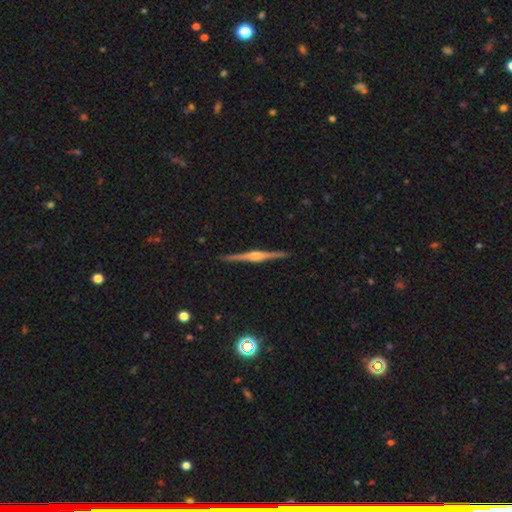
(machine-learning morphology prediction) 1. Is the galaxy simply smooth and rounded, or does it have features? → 86% featured or disk, 9% smooth, 5% star or artifact.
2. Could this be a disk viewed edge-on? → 99% yes, 1% no.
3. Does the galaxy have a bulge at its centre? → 76% rounded, 19% boxy, 5% none.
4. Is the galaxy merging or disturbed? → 92% none, 6% minor disturbance, 1% major disturbance, 1% merger.